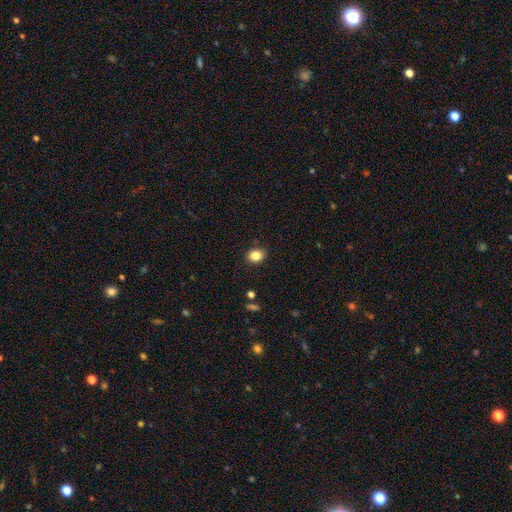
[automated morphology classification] This is clearly a smooth galaxy (85%). How rounded: possibly round (53%). Merging: clearly none (87%).